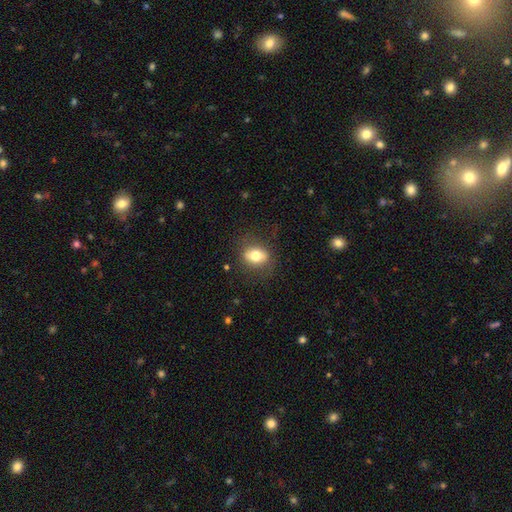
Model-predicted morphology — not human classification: A smooth galaxy with no disk features (69%) that is in between round and cigar-shaped (66%). Merging: none (80%).